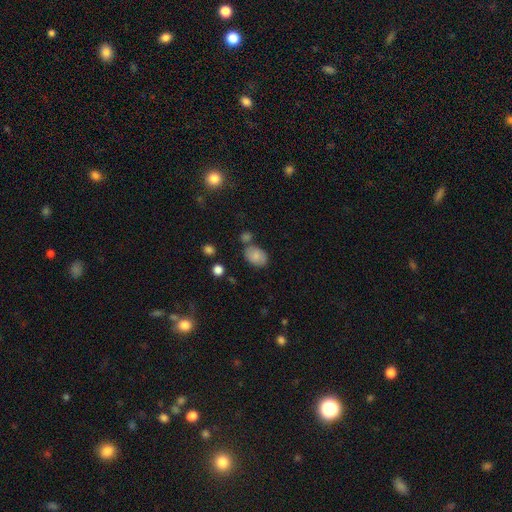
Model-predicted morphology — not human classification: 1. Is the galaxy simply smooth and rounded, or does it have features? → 81% smooth, 10% featured or disk, 9% star or artifact.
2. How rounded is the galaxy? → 80% in between, 19% round, 1% cigar-shaped.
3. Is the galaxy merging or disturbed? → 63% none, 17% minor disturbance, 15% merger, 5% major disturbance.